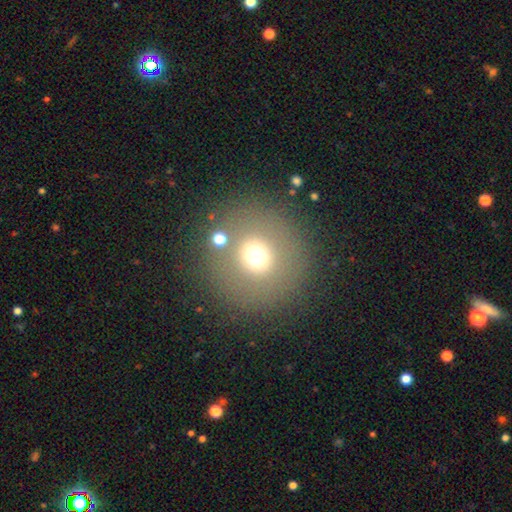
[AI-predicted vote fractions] smooth 66%, star or artifact 22%, featured or disk 13%. Down the decision tree: how rounded — round (91%); merging — none (79%).